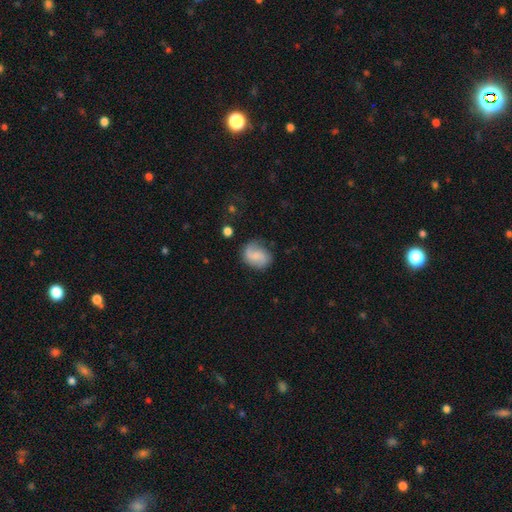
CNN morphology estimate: This is possibly a featured or disk galaxy (52%). It is clearly not viewed edge-on (98%). Bar: possibly no (48%). Spiral arm pattern: clearly yes (91%). Central bulge: possibly none (45%). Merging: likely none (69%).